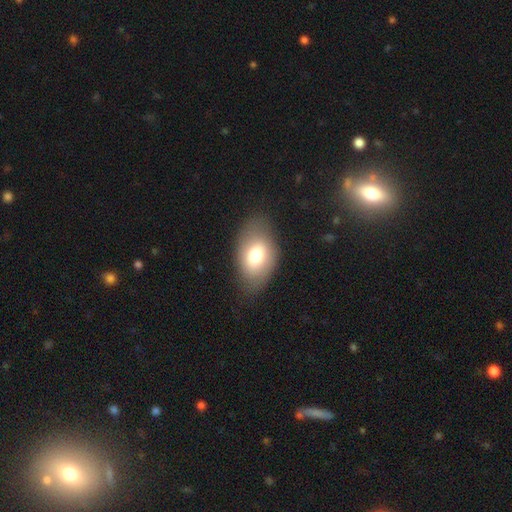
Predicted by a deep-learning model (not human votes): Smooth or featured? Predicted: smooth (p=0.72). How rounded? Predicted: in between (p=0.86). Merging? Predicted: none (p=0.77).